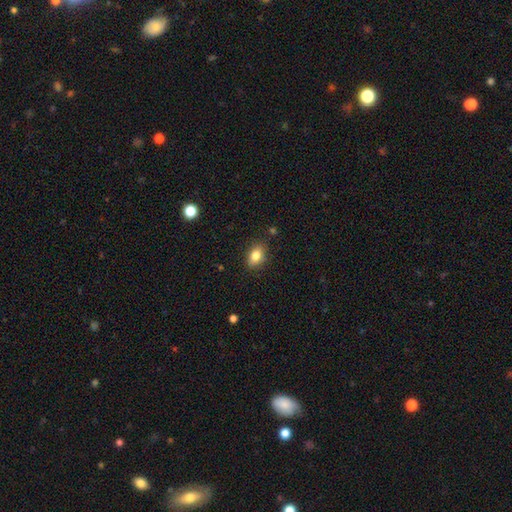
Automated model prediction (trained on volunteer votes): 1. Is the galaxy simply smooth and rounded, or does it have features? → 81% smooth, 10% featured or disk, 9% star or artifact.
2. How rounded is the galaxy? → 82% in between, 15% round, 3% cigar-shaped.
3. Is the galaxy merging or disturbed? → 84% none, 12% minor disturbance, 2% major disturbance, 2% merger.